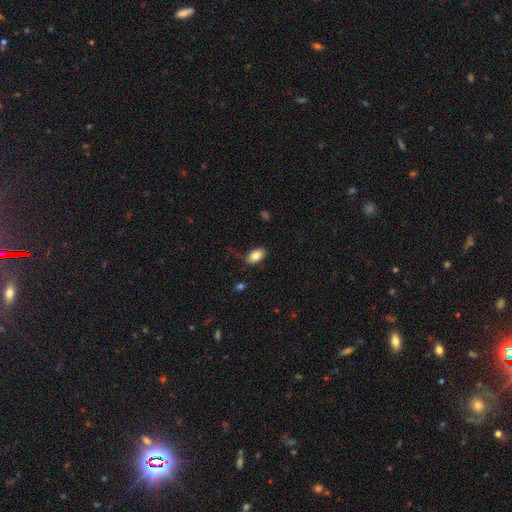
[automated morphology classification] Smooth or featured: smooth — 85% (star or artifact — 8%)
How rounded: in between — 92% (round — 6%)
Merging: none — 72% (minor disturbance — 19%)